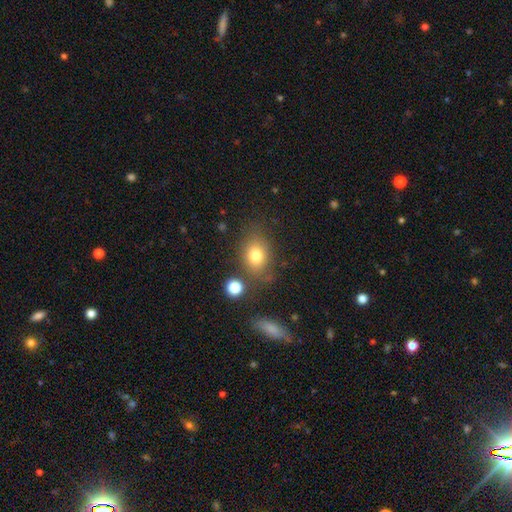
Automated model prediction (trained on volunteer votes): Smooth or featured?
  - smooth: 77% *
  - star or artifact: 12%
  - featured or disk: 11%
How rounded?
  - in between: 60% *
  - round: 39%
  - cigar-shaped: 1%
Merging?
  - none: 72% *
  - minor disturbance: 15%
  - merger: 7%
  - major disturbance: 6%